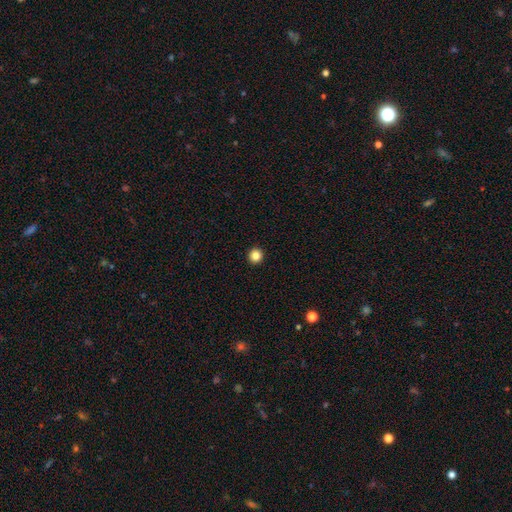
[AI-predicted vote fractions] This is clearly a smooth galaxy (84%). How rounded: clearly round (95%). Merging: clearly none (94%).